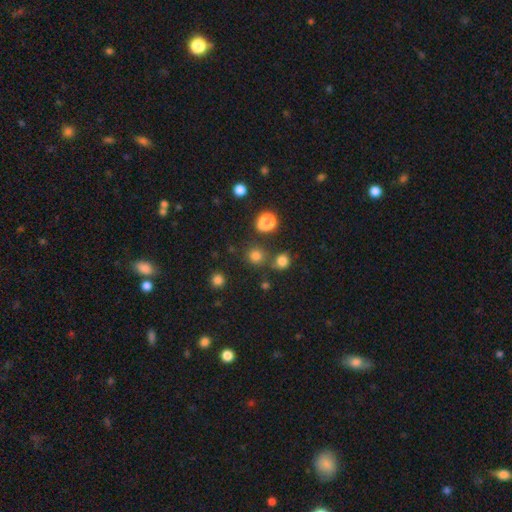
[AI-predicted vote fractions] smooth 76%, star or artifact 19%, featured or disk 5%. Down the decision tree: how rounded — round (88%); merging — none (74%).